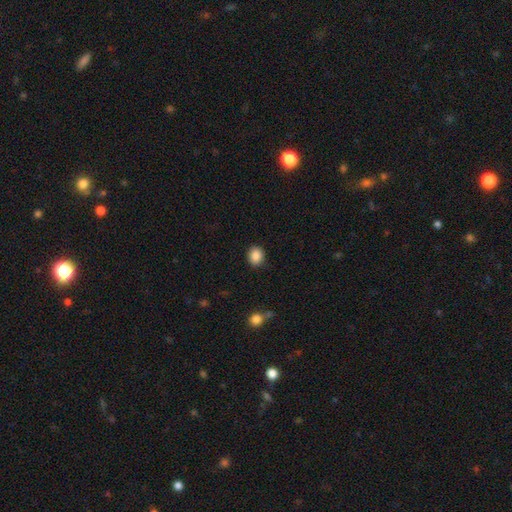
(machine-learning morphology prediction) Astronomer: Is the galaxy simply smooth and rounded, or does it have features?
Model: smooth — 87%.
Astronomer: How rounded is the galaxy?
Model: round — 65%.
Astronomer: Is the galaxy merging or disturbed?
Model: none — 89%.